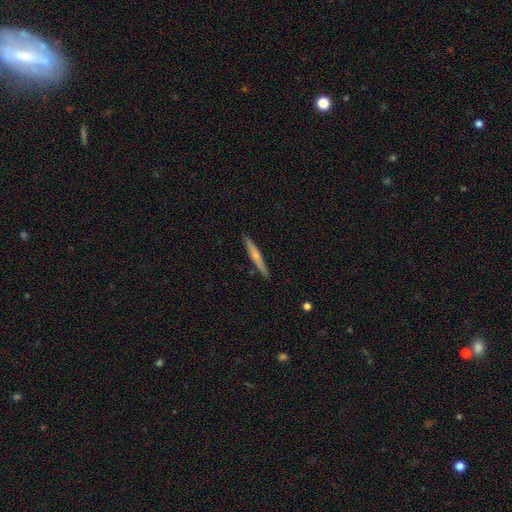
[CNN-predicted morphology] The model was most divided on "smooth or featured": smooth: 51%, featured or disk: 43%, star or artifact: 6%. More confident: how rounded — cigar-shaped (95%); merging — none (90%).